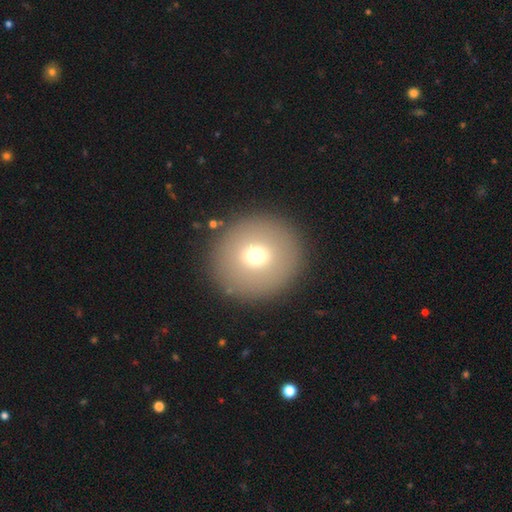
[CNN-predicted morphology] The model was most divided on "smooth or featured": smooth: 70%, featured or disk: 16%, star or artifact: 14%. More confident: how rounded — round (93%); merging — none (91%).